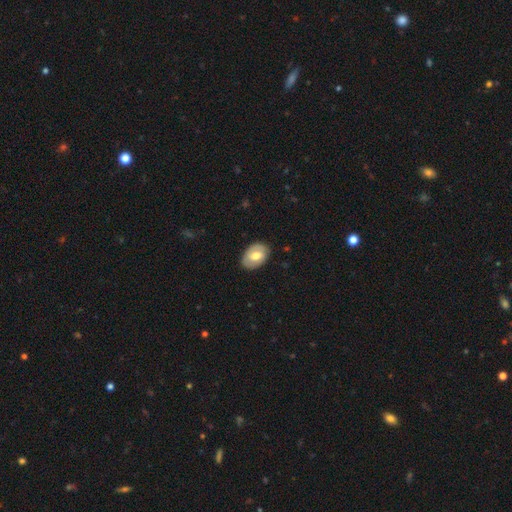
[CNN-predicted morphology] Smooth or featured? smooth (58%)
How rounded? in between (83%)
Merging? none (84%)